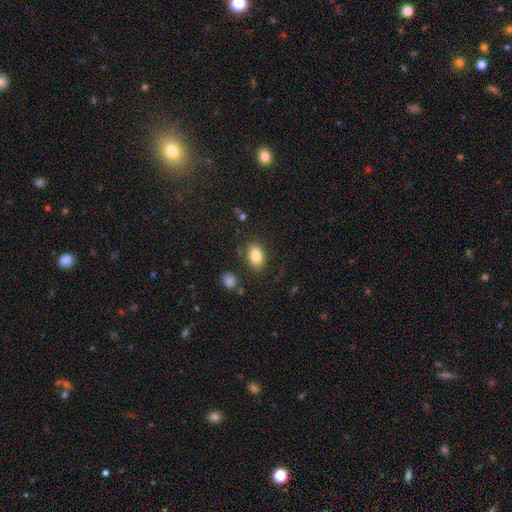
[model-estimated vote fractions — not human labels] Q: Smooth or featured?
A: smooth (83%); runner-up: featured or disk (9%)
Q: How rounded?
A: in between (86%); runner-up: round (12%)
Q: Merging?
A: none (80%); runner-up: minor disturbance (13%)